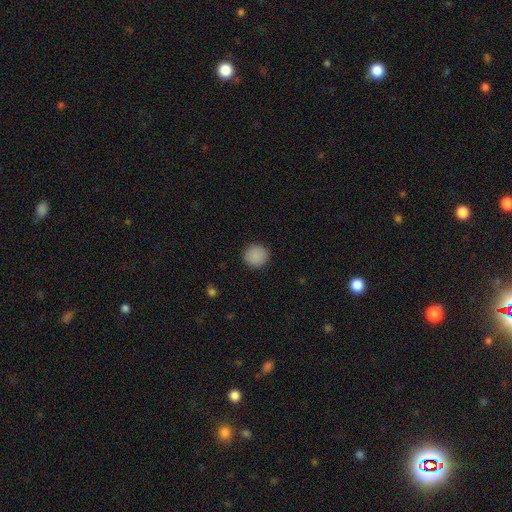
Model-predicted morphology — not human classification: smooth 89%, star or artifact 8%, featured or disk 3%. Down the decision tree: how rounded — round (93%); merging — none (91%).